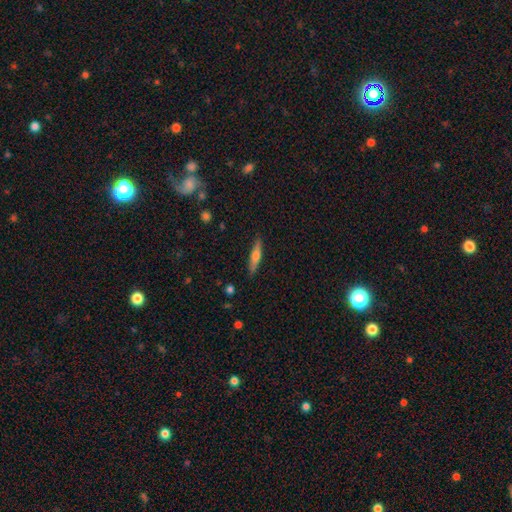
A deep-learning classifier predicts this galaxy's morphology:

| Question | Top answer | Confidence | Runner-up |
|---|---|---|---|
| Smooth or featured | smooth | 52% | featured or disk (42%) |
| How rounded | cigar-shaped | 84% | in between (14%) |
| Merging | none | 88% | minor disturbance (9%) |